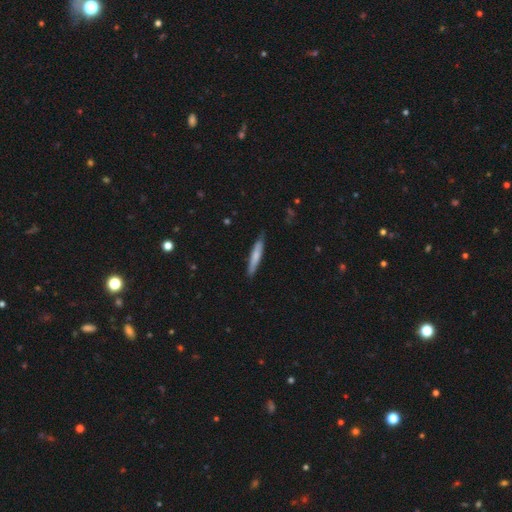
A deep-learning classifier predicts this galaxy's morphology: This appears to be a smooth galaxy with no disk features (71%) that is cigar-shaped (92%). Merging: none (82%).